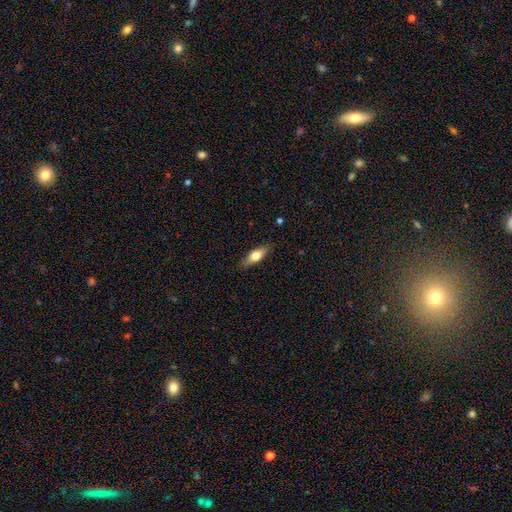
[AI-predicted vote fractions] Overall: smooth (63%; featured or disk 30%). How rounded: in between (62%; cigar-shaped 35%). Merging: none (85%).